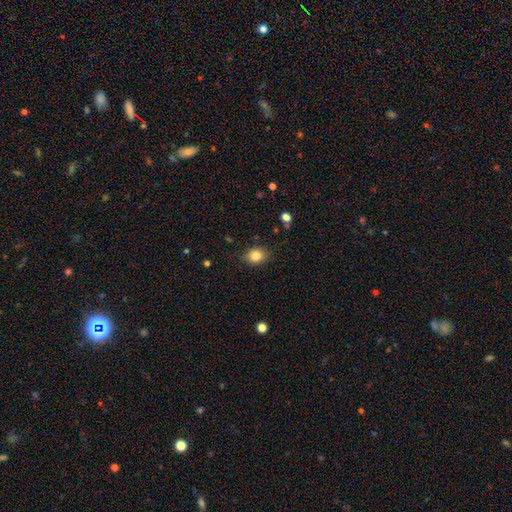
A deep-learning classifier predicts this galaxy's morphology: Smooth or featured? smooth (84%)
How rounded? round (57%)
Merging? none (84%)